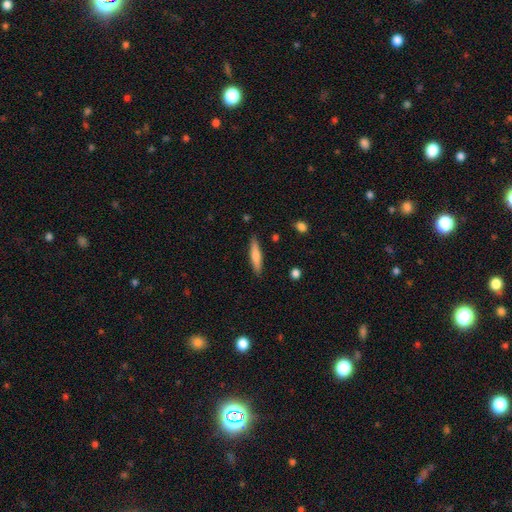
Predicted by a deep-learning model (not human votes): Smooth or featured?
  - smooth: 69% *
  - featured or disk: 25%
  - star or artifact: 6%
How rounded?
  - cigar-shaped: 85% *
  - in between: 14%
  - round: 2%
Merging?
  - none: 88% *
  - minor disturbance: 8%
  - major disturbance: 2%
  - merger: 1%